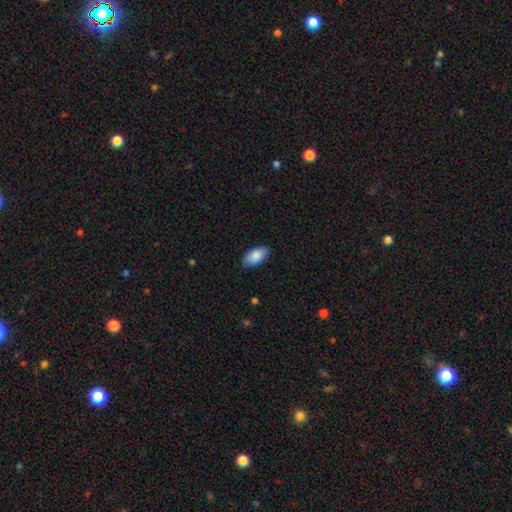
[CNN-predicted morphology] smooth 86%, featured or disk 8%, star or artifact 6%. Down the decision tree: how rounded — in between (94%); merging — none (86%).